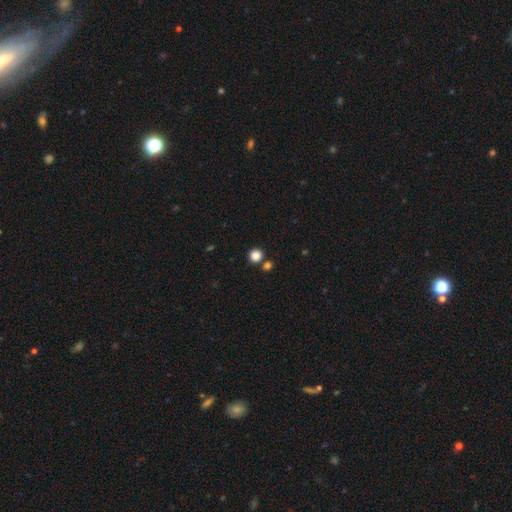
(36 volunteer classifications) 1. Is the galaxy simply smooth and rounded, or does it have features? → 86% smooth, 8% featured or disk, 6% star or artifact.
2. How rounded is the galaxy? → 97% round, 3% in between, 0% cigar-shaped.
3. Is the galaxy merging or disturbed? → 79% none, 15% merger, 6% minor disturbance, 0% major disturbance.